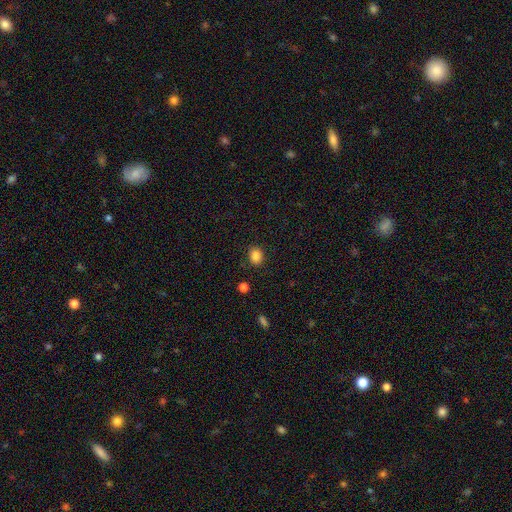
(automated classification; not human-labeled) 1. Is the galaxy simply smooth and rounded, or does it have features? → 85% smooth, 11% star or artifact, 4% featured or disk.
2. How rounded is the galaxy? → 55% round, 44% in between, 1% cigar-shaped.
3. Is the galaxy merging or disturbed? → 87% none, 9% minor disturbance, 3% major disturbance, 2% merger.